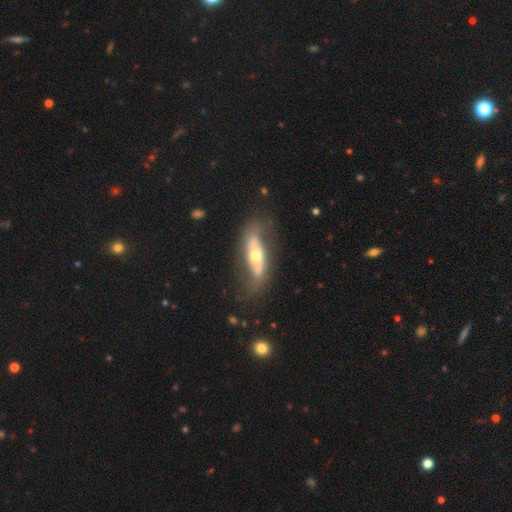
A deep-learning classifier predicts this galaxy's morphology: A featured or disk galaxy (67%) with no bar (61%), spiral arms (62%) and a moderate central bulge (70%). Merging: none (68%).